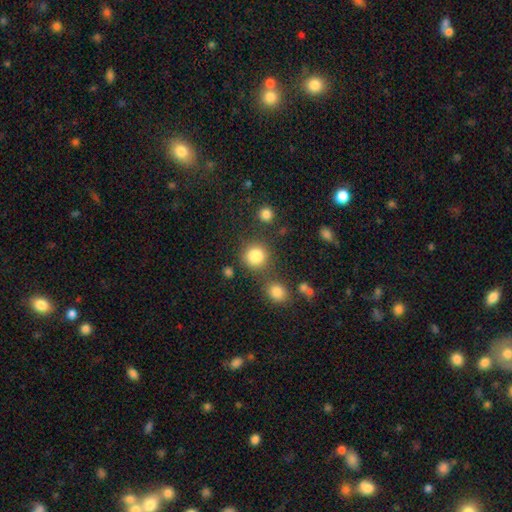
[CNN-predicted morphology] A smooth galaxy with no disk features (84%) that is round (87%).

Vote fractions:
- Smooth or featured? smooth: 84% / star or artifact: 11% / featured or disk: 5%
- How rounded? round: 87% / in between: 12% / cigar-shaped: 1%
- Merging? none: 70% / merger: 14% / minor disturbance: 11% / major disturbance: 5%